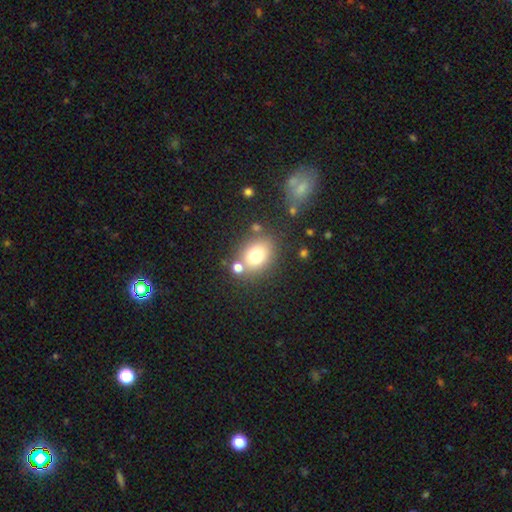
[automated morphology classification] Smooth or featured? smooth (75%)
How rounded? in between (56%)
Merging? none (70%)